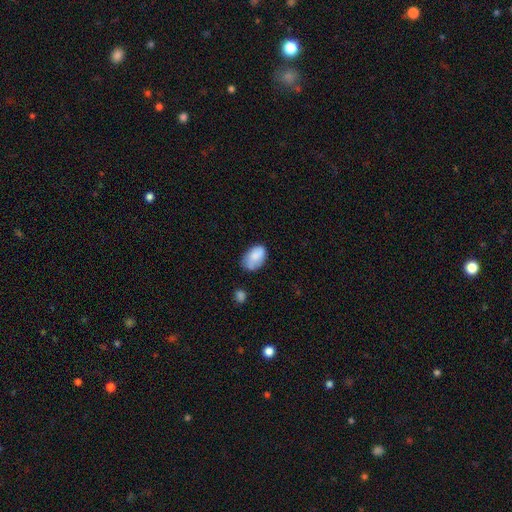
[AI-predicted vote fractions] Smooth or featured? smooth (79%)
How rounded? in between (91%)
Merging? none (58%)